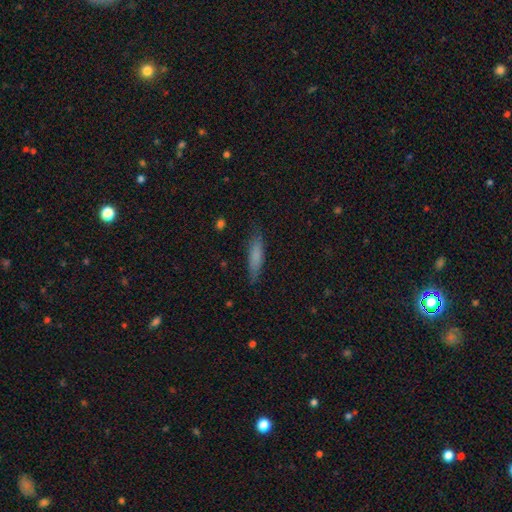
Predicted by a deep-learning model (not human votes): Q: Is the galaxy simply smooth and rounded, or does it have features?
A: smooth — 76%.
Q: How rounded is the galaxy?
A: cigar-shaped — 73%.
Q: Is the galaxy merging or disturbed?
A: none — 81%.